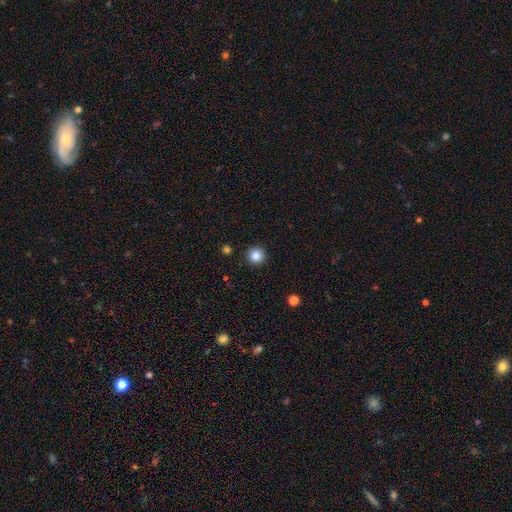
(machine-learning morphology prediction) Smooth or featured? Predicted: smooth (p=0.85). How rounded? Predicted: round (p=0.96). Merging? Predicted: none (p=0.92).